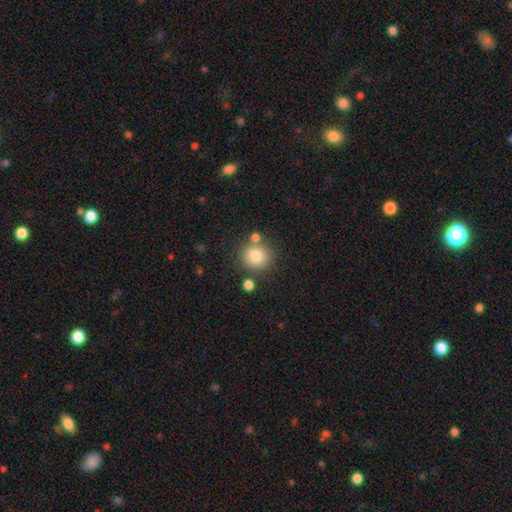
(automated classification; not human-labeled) Smooth or featured? smooth (81%)
How rounded? round (90%)
Merging? none (74%)